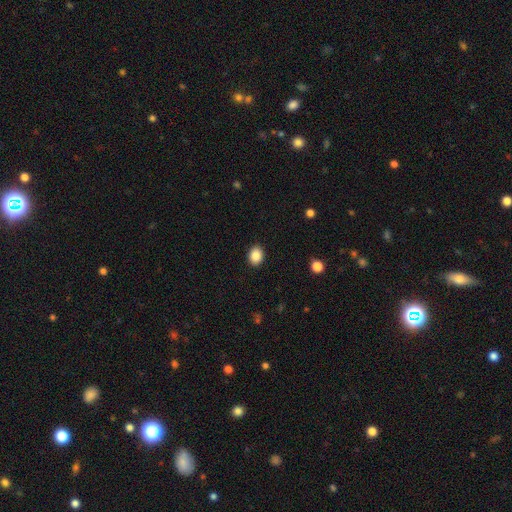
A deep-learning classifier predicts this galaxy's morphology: This is clearly a smooth galaxy (87%). How rounded: possibly in between (59%). Merging: clearly none (91%).